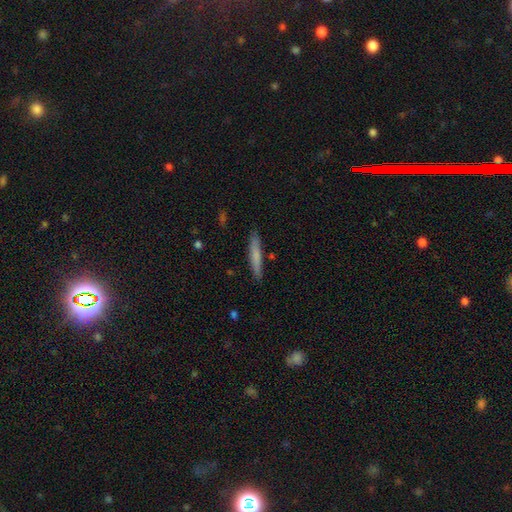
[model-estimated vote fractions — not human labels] Smooth or featured? Predicted: smooth (p=0.71). How rounded? Predicted: cigar-shaped (p=0.94). Merging? Predicted: none (p=0.88).